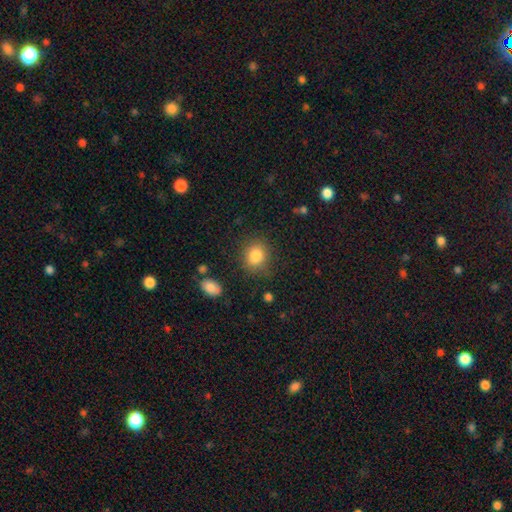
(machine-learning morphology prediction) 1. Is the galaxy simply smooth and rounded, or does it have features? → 84% smooth, 10% star or artifact, 6% featured or disk.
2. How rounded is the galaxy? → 70% round, 29% in between, 1% cigar-shaped.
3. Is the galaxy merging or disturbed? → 81% none, 12% minor disturbance, 4% major disturbance, 2% merger.